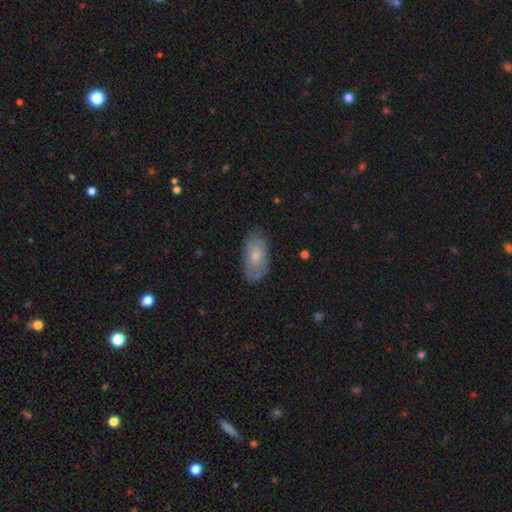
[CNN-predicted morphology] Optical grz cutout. It shows a smooth galaxy with no disk features (73%) that is in between round and cigar-shaped (93%). Merging: none (75%).